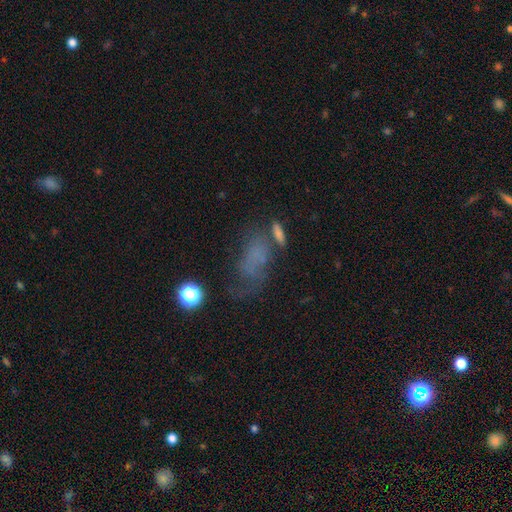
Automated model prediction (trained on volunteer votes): Smooth or featured? smooth (48%)
Merging? major disturbance (33%)